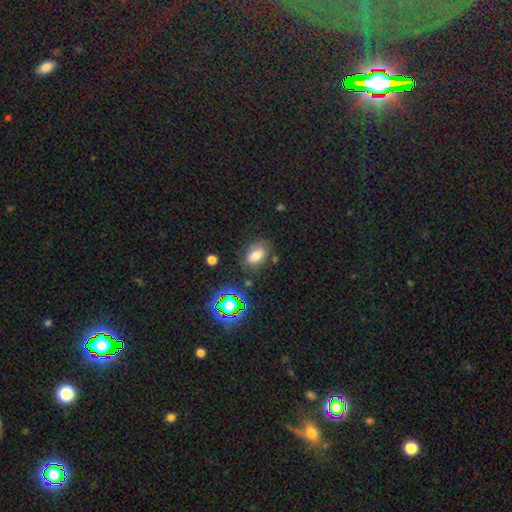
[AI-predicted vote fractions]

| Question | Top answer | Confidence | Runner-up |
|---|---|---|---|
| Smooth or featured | smooth | 71% | star or artifact (17%) |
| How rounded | in between | 84% | round (14%) |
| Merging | none | 74% | minor disturbance (17%) |